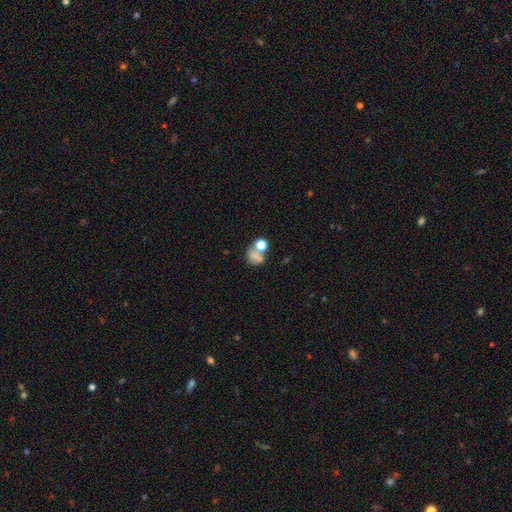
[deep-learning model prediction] smooth_or_featured: smooth (p=0.66) [alt: featured or disk p=0.18]
how_rounded: round (p=0.61) [alt: in between p=0.38]
merging: merger (p=0.44) [alt: none p=0.34]